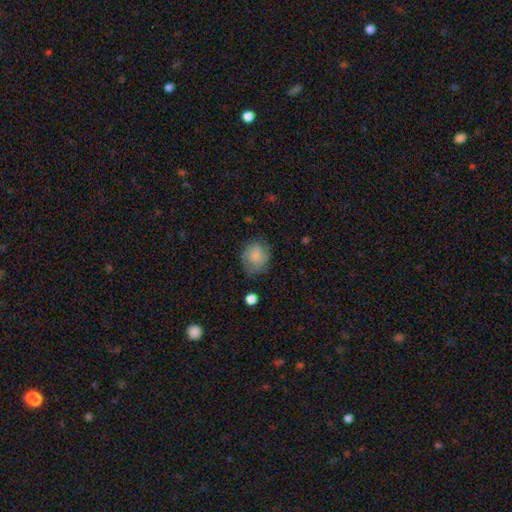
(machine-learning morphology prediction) This is likely a smooth galaxy (74%). How rounded: likely round (63%). Merging: likely none (62%).